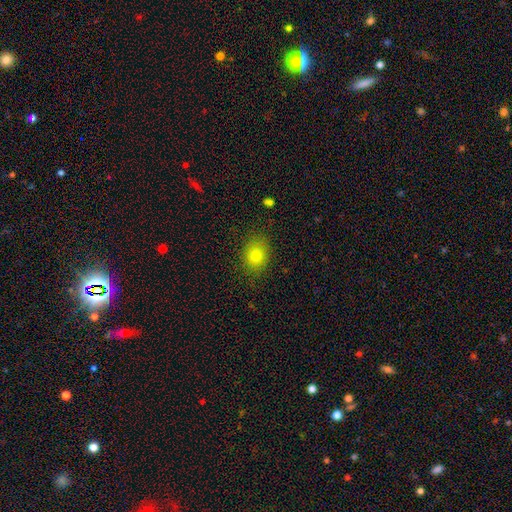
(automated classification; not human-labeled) Smooth or featured? smooth (80%)
How rounded? in between (55%)
Merging? none (82%)